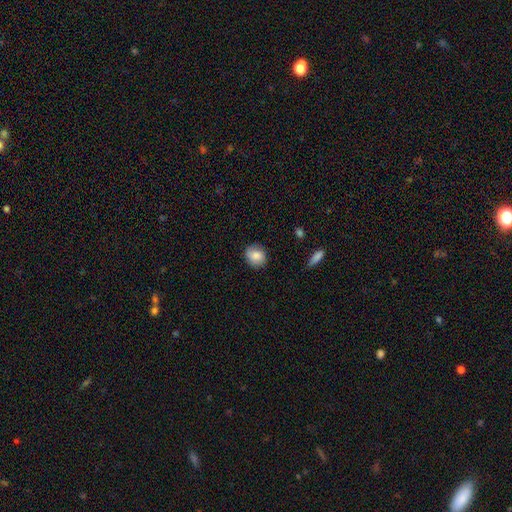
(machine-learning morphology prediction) Smooth or featured? Predicted: smooth (p=0.82). How rounded? Predicted: round (p=0.74). Merging? Predicted: none (p=0.83).